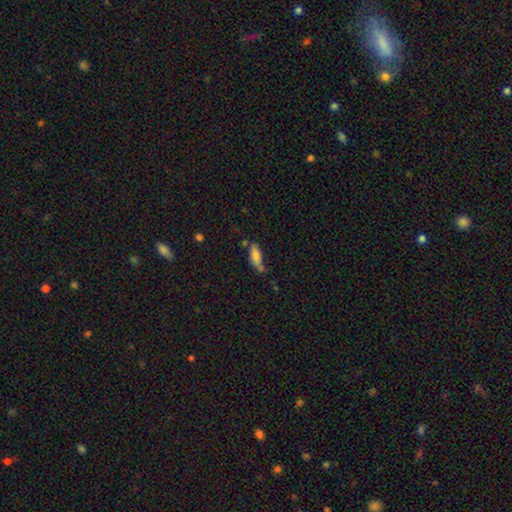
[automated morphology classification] type=smooth (78%); roundness=in between (70%); merging=none (50%).